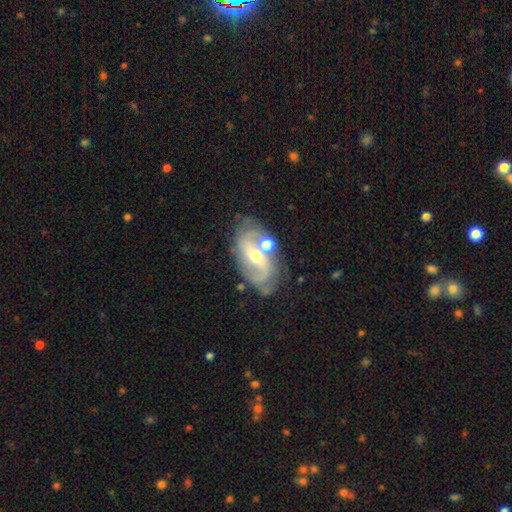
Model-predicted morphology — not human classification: Smooth or featured? Predicted: featured or disk (p=0.79). Edge-on disk? Predicted: no (p=0.95). Bar? Predicted: weak (p=0.41). Spiral arms? Predicted: yes (p=0.87). Spiral winding? Predicted: medium (p=0.43). Spiral arm count? Predicted: 2 (p=0.84). Bulge size? Predicted: moderate (p=0.62). Merging? Predicted: none (p=0.66).